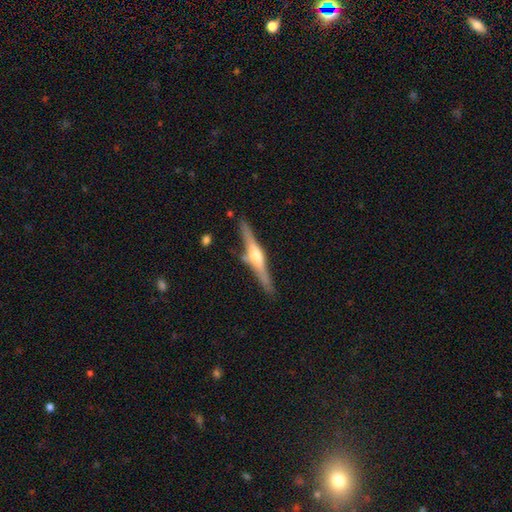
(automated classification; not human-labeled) This is likely a featured or disk galaxy (75%). It is clearly viewed edge-on (97%). Edge-on bulge: clearly rounded (90%). Merging: clearly none (82%).